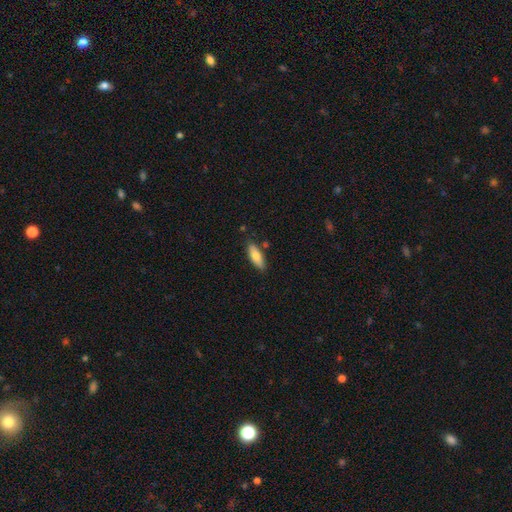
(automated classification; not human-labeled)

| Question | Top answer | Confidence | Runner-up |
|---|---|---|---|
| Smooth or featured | smooth | 75% | featured or disk (19%) |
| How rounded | in between | 66% | cigar-shaped (32%) |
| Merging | none | 81% | minor disturbance (12%) |